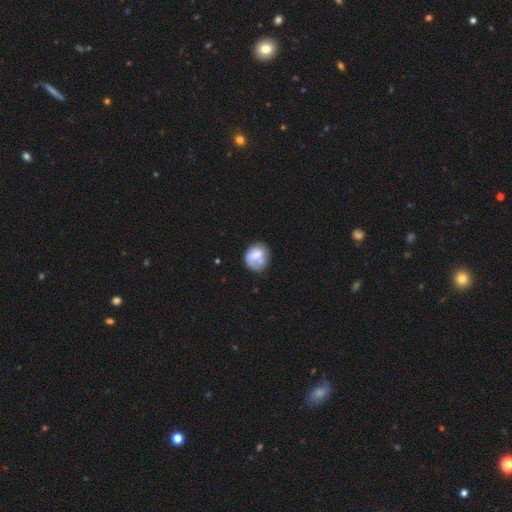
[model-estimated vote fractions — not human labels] smooth_or_featured: smooth (p=0.56) [alt: featured or disk p=0.36]
how_rounded: round (p=0.60) [alt: in between p=0.38]
merging: none (p=0.46) [alt: minor disturbance p=0.25]